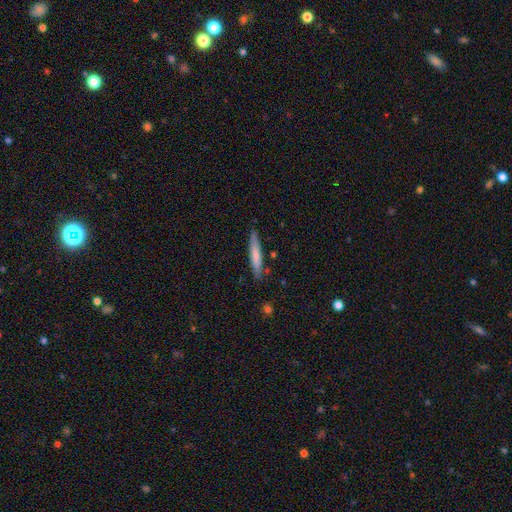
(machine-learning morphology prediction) type=smooth (71%); roundness=cigar-shaped (92%); merging=none (84%).